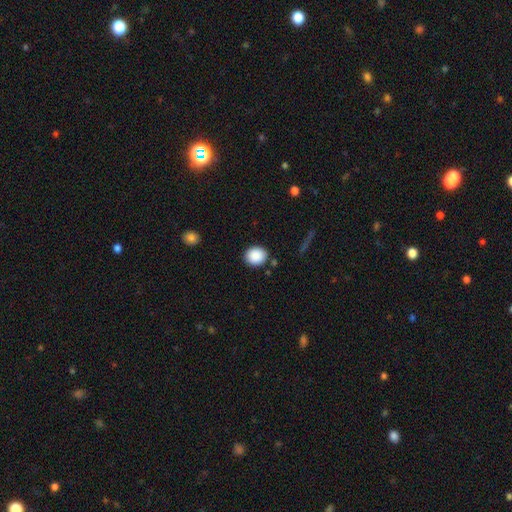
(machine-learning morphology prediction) Q: Smooth or featured?
A: smooth (89%); runner-up: star or artifact (8%)
Q: How rounded?
A: round (73%); runner-up: in between (26%)
Q: Merging?
A: none (86%); runner-up: minor disturbance (9%)